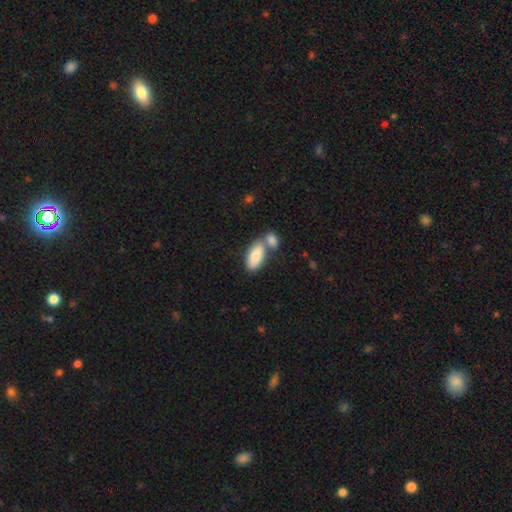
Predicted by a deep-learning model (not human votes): Smooth or featured: smooth — 85% (featured or disk — 9%)
How rounded: in between — 88% (cigar-shaped — 10%)
Merging: merger — 46% (none — 40%)